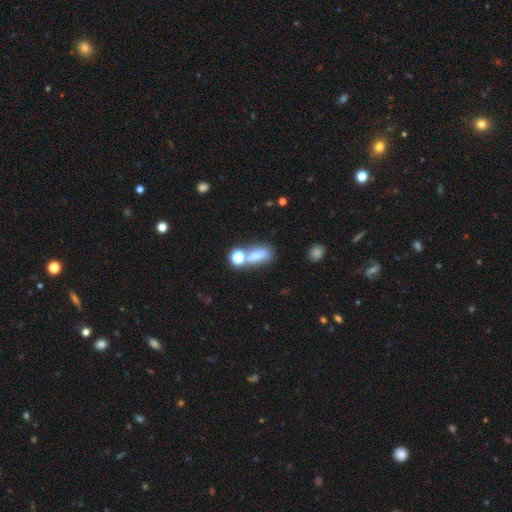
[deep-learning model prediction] A smooth galaxy with no disk features (71%) that is in between round and cigar-shaped (68%).

Vote fractions:
- Smooth or featured? smooth: 71% / star or artifact: 16% / featured or disk: 13%
- How rounded? in between: 68% / round: 17% / cigar-shaped: 15%
- Merging? none: 45% / merger: 32% / minor disturbance: 14% / major disturbance: 9%